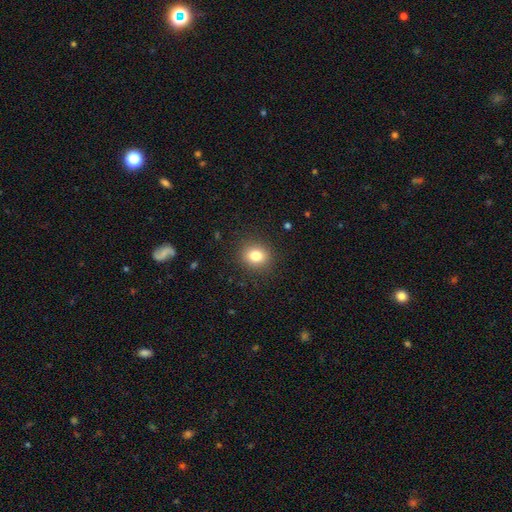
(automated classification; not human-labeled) smooth 82%, star or artifact 11%, featured or disk 7%. Down the decision tree: how rounded — round (72%); merging — none (89%).